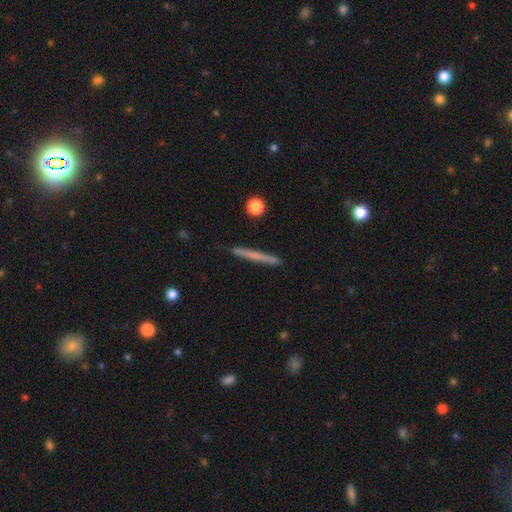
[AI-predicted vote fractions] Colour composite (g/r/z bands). It shows a smooth galaxy with no disk features (58%) that is cigar-shaped (97%). Merging: none (91%).